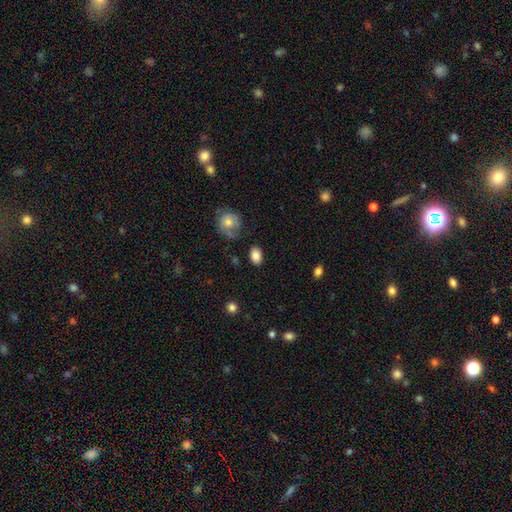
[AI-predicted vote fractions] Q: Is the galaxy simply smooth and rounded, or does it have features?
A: smooth — 86%.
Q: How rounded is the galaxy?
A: in between — 82%.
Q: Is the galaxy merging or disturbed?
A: none — 82%.